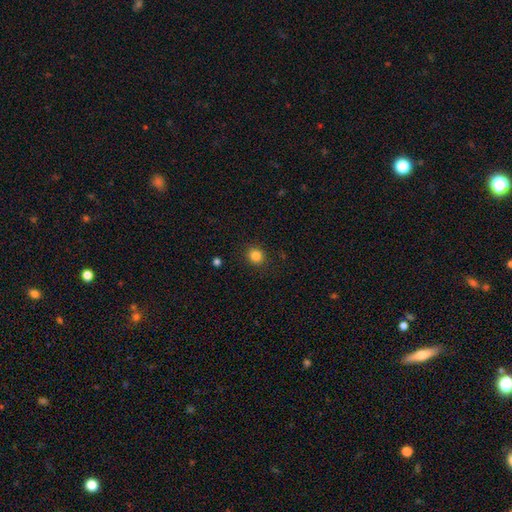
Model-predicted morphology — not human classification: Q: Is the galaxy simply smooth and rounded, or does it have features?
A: smooth — 85%.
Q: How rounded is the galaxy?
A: round — 84%.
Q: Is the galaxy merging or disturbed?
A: none — 89%.